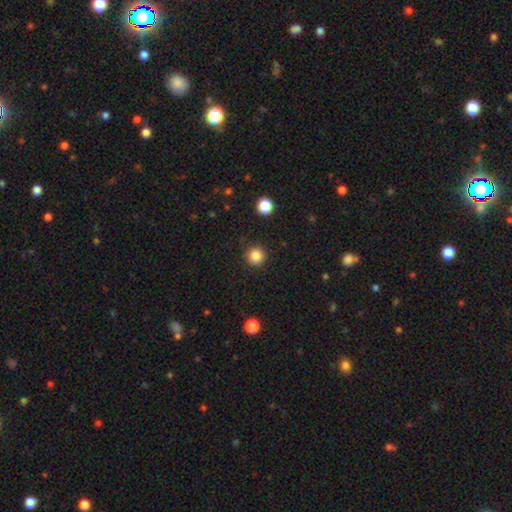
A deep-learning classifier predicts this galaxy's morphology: smooth-or-featured: smooth: 85% | star or artifact: 12% | featured or disk: 4%
  how-rounded: round: 95% | in between: 4% | cigar-shaped: 1%
  merging: none: 91% | minor disturbance: 6% | major disturbance: 2% | merger: 1%